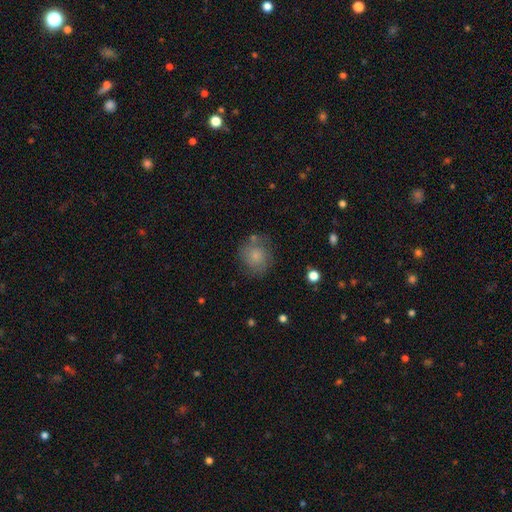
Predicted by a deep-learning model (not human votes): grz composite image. It shows a smooth galaxy with no disk features (74%) that is round (84%). Merging: none (68%).